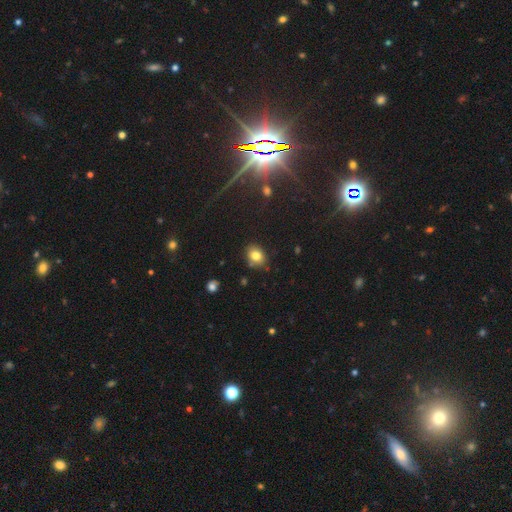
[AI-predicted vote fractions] This is clearly a smooth galaxy (81%). How rounded: possibly in between (54%). Merging: clearly none (81%).